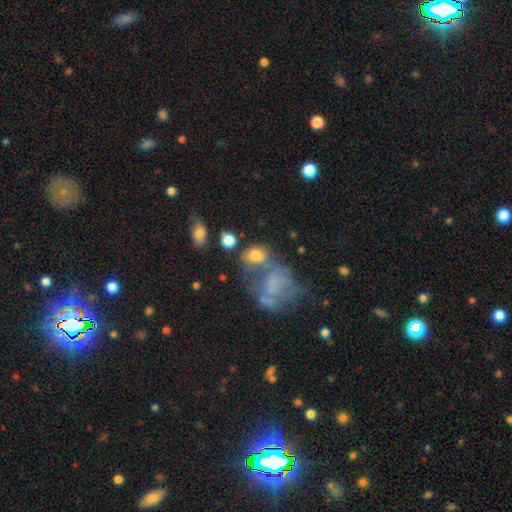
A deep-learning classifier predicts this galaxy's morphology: The model was most divided on "merging": merger: 39%, none: 30%, major disturbance: 17%, minor disturbance: 15%. More confident: smooth or featured — smooth (61%); how rounded — in between (59%).